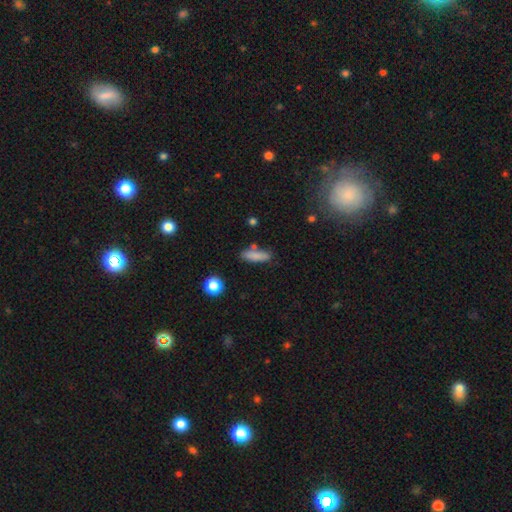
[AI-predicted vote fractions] This appears to be a smooth galaxy with no disk features (82%) that is cigar-shaped (51%). Merging: none (73%).